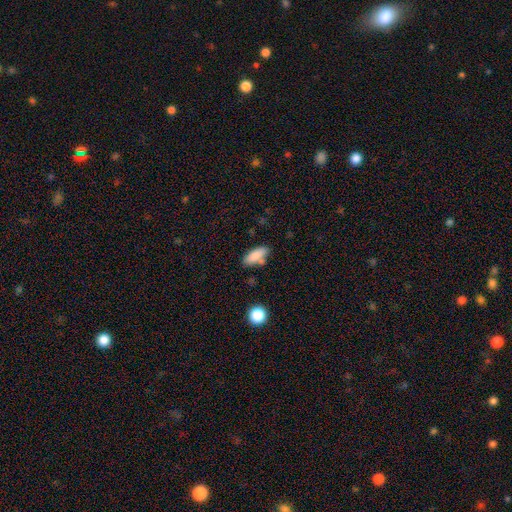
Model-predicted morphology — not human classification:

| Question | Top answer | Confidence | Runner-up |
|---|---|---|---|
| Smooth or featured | smooth | 84% | featured or disk (8%) |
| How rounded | in between | 74% | cigar-shaped (24%) |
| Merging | none | 68% | minor disturbance (18%) |